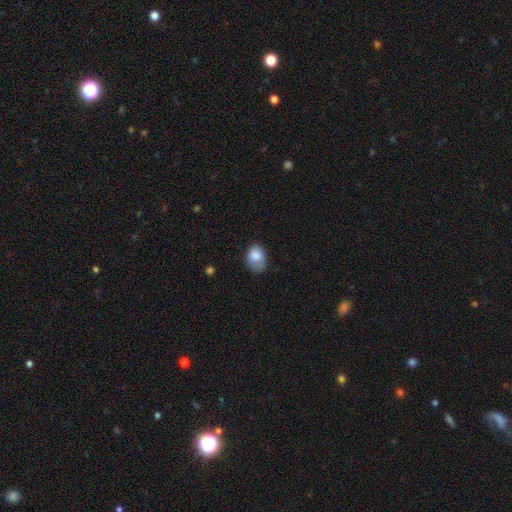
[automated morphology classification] Q: Smooth or featured?
A: smooth (80%); runner-up: featured or disk (12%)
Q: How rounded?
A: in between (77%); runner-up: round (22%)
Q: Merging?
A: none (49%); runner-up: minor disturbance (36%)